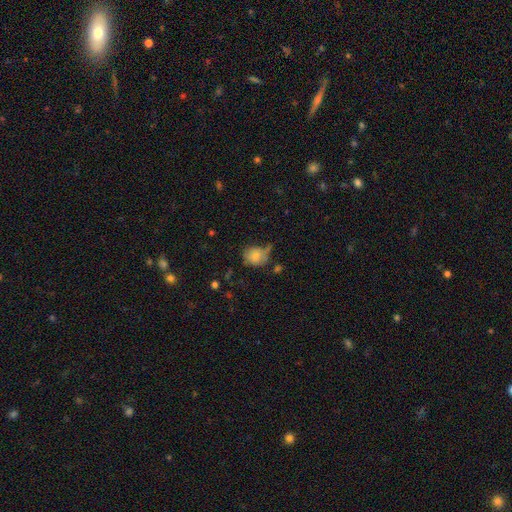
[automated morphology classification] smooth-or-featured: smooth: 76% | featured or disk: 14% | star or artifact: 10%
  how-rounded: round: 69% | in between: 30% | cigar-shaped: 1%
  merging: none: 52% | minor disturbance: 29% | major disturbance: 11% | merger: 9%